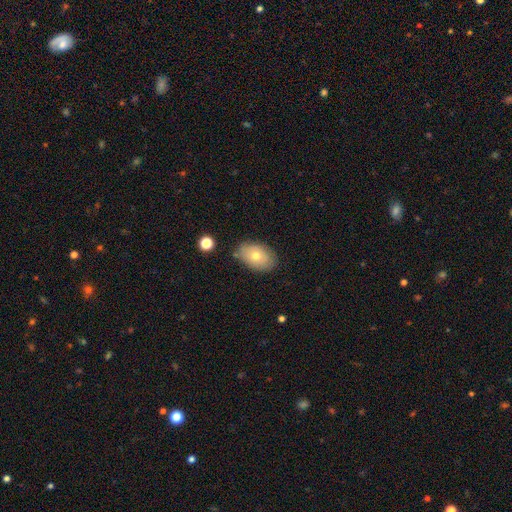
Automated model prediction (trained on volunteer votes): A smooth galaxy with no disk features (67%) that is in between round and cigar-shaped (86%). Merging: none (77%).